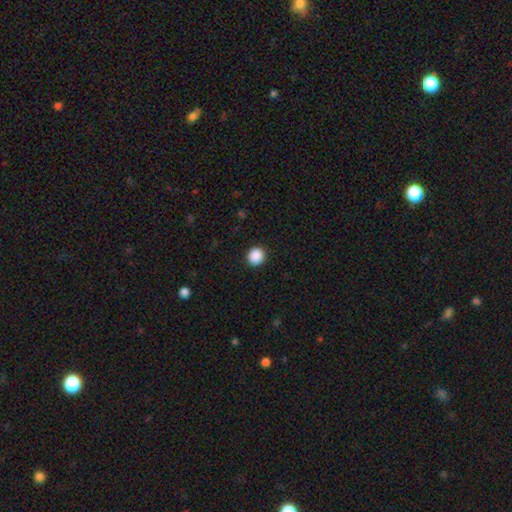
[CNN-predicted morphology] smooth 89%, star or artifact 9%, featured or disk 2%. Down the decision tree: how rounded — round (93%); merging — none (92%).